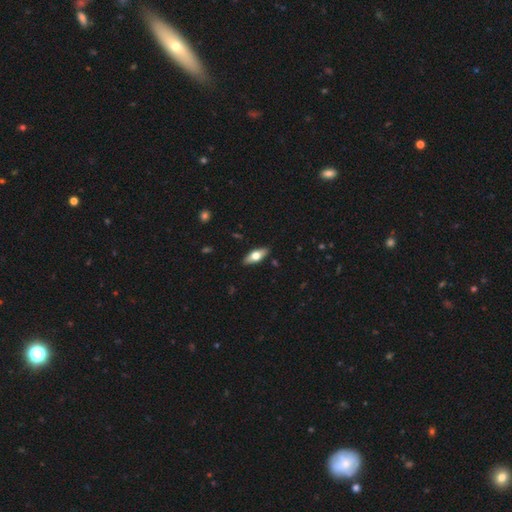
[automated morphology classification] Q: Smooth or featured?
A: smooth (54%); runner-up: featured or disk (40%)
Q: How rounded?
A: in between (69%); runner-up: cigar-shaped (28%)
Q: Merging?
A: none (89%); runner-up: minor disturbance (8%)